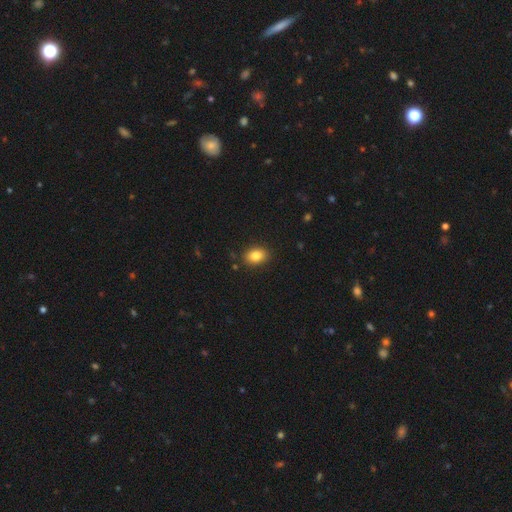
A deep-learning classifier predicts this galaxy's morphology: Q: Smooth or featured?
A: smooth (84%); runner-up: star or artifact (9%)
Q: How rounded?
A: in between (75%); runner-up: round (24%)
Q: Merging?
A: none (87%); runner-up: minor disturbance (9%)